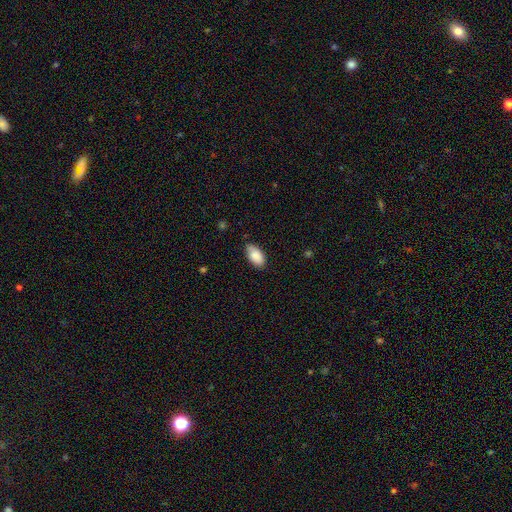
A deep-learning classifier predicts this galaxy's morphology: smooth_or_featured: smooth (p=0.88) [alt: star or artifact p=0.06]
how_rounded: in between (p=0.95) [alt: round p=0.03]
merging: none (p=0.76) [alt: minor disturbance p=0.20]